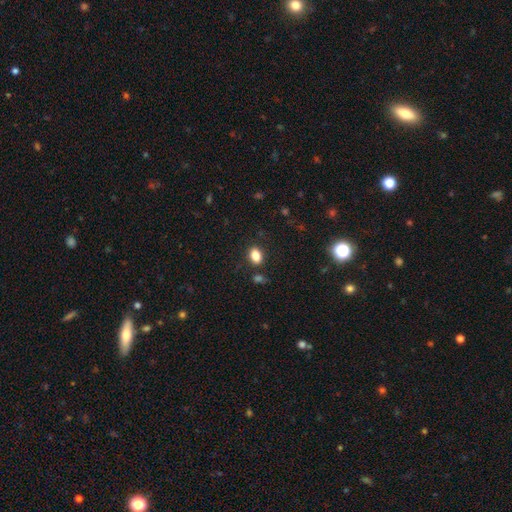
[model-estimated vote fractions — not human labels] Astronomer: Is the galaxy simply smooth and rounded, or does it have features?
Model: smooth — 84%.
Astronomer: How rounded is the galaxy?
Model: in between — 80%.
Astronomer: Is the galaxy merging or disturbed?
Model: none — 82%.